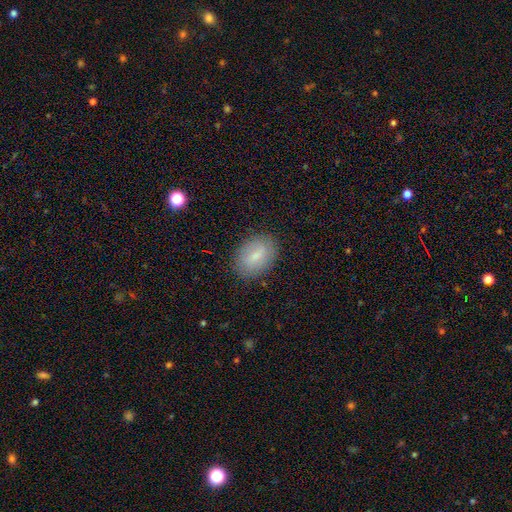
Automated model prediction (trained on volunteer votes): smooth-or-featured: smooth: 69% | featured or disk: 23% | star or artifact: 8%
  how-rounded: in between: 81% | round: 18% | cigar-shaped: 1%
  merging: none: 83% | minor disturbance: 12% | major disturbance: 3% | merger: 1%